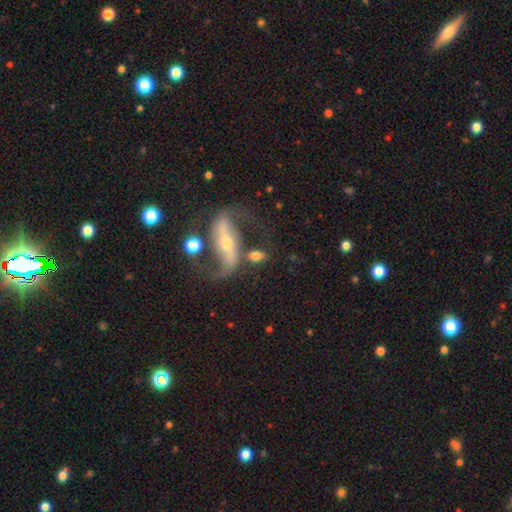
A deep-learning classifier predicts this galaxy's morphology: The model was most divided on "bulge size": moderate: 46%, small: 43%, large: 6%, none: 2%, dominant: 2%. Remaining: edge-on disk — no (86%); spiral arms — yes (80%); smooth or featured — featured or disk (67%); merging — none (54%); bar — strong (50%).